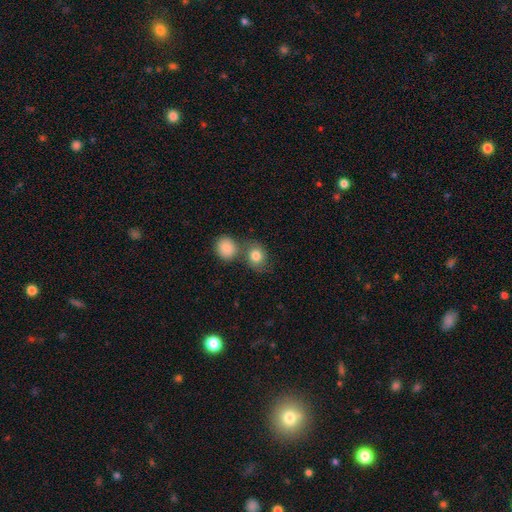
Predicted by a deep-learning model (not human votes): A smooth galaxy with no disk features (81%) that is round (64%).

Vote fractions:
- Smooth or featured? smooth: 81% / featured or disk: 11% / star or artifact: 8%
- How rounded? round: 64% / in between: 35% / cigar-shaped: 1%
- Merging? none: 48% / merger: 36% / minor disturbance: 12% / major disturbance: 5%